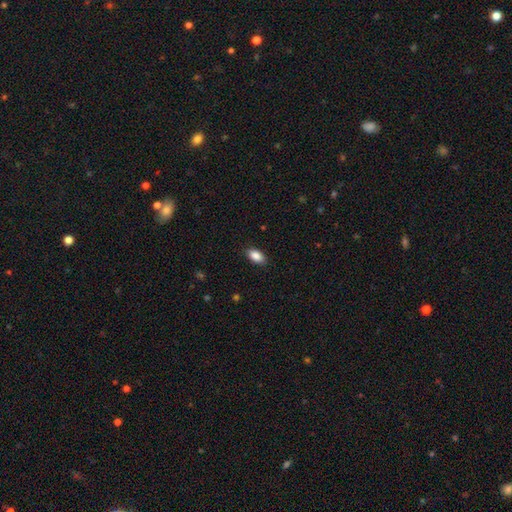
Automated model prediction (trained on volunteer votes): Smooth or featured? Predicted: smooth (p=0.88). How rounded? Predicted: in between (p=0.92). Merging? Predicted: none (p=0.87).